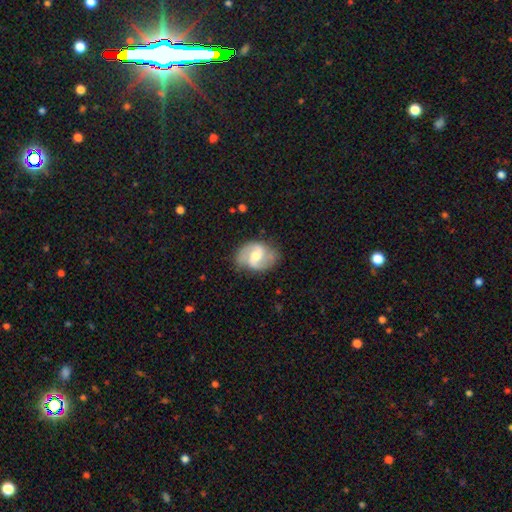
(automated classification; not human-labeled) Morphology: type=featured or disk (81%); edge-on=no (98%); bar=weak (53%); spiral arms=yes (94%); winding=medium (51%); arm count=2 (90%); bulge=moderate (64%); merging=none (75%).